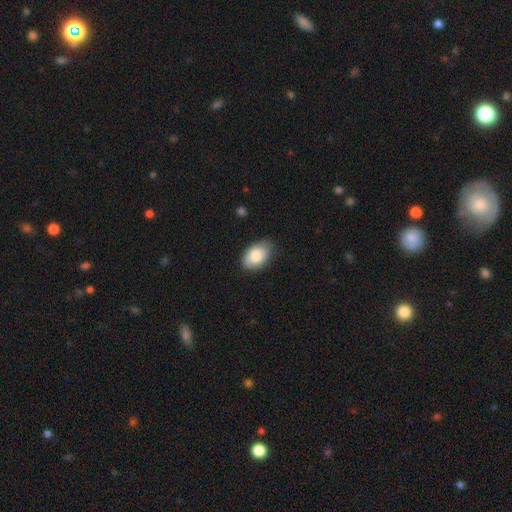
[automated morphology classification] Smooth or featured? Predicted: smooth (p=0.84). How rounded? Predicted: in between (p=0.91). Merging? Predicted: none (p=0.77).